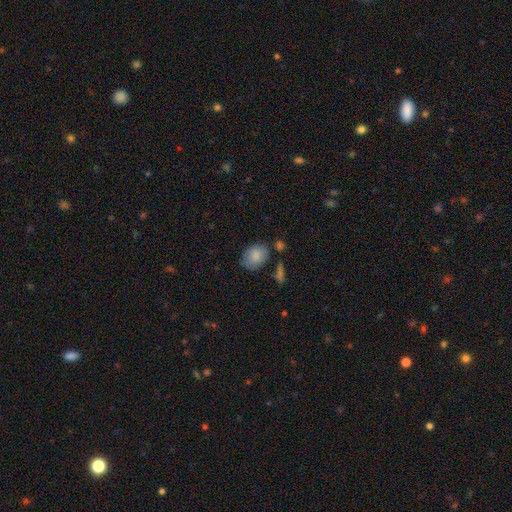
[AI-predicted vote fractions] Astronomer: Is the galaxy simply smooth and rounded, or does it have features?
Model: smooth — 83%.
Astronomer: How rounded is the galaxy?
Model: in between — 65%.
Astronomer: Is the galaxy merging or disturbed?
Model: none — 65%.